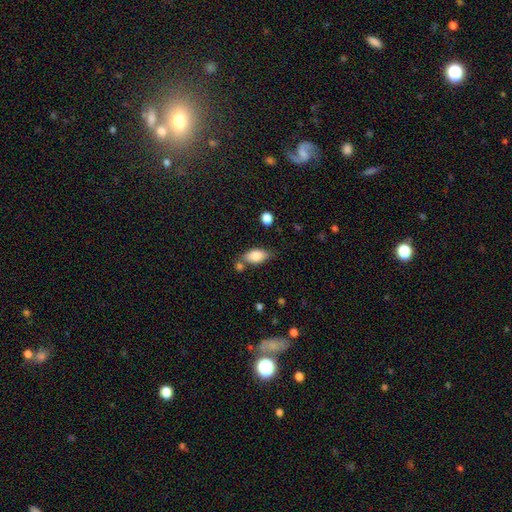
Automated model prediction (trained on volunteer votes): smooth_or_featured: smooth (p=0.81) [alt: featured or disk p=0.11]
how_rounded: in between (p=0.89) [alt: cigar-shaped p=0.07]
merging: none (p=0.62) [alt: minor disturbance p=0.18]